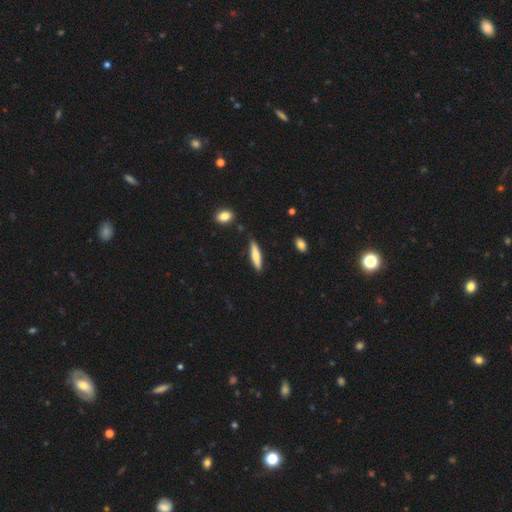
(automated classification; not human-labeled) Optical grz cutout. It shows a smooth galaxy with no disk features (66%) that is cigar-shaped (82%). Merging: none (86%).